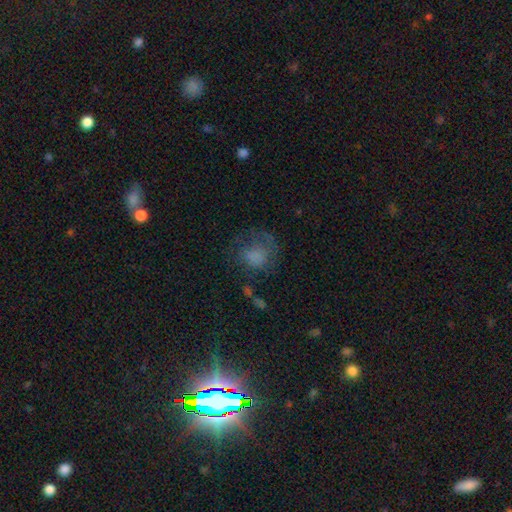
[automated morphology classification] type=smooth (63%); roundness=round (73%); merging=none (44%).